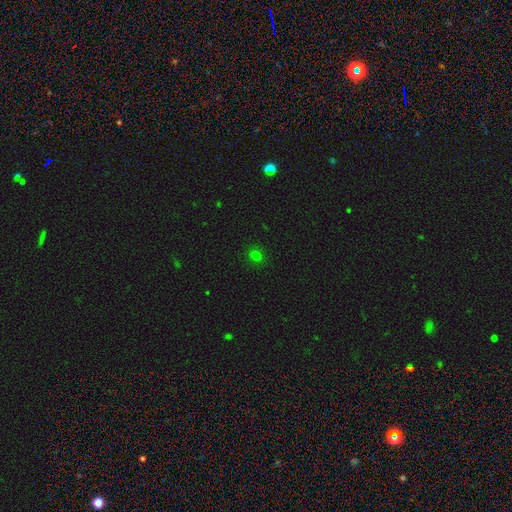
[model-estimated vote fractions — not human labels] Smooth or featured?
  - smooth: 75% *
  - star or artifact: 20%
  - featured or disk: 5%
How rounded?
  - round: 81% *
  - in between: 18%
  - cigar-shaped: 1%
Merging?
  - none: 90% *
  - minor disturbance: 7%
  - major disturbance: 2%
  - merger: 1%